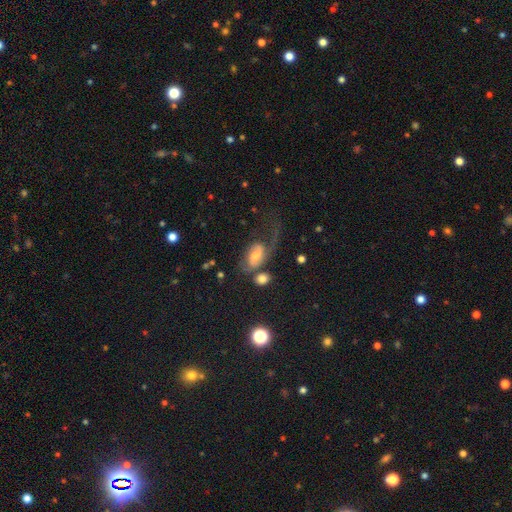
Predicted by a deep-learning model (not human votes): Smooth or featured?
  - featured or disk: 54% *
  - smooth: 35%
  - star or artifact: 11%
Edge-on disk?
  - no: 94% *
  - yes: 6%
Bar?
  - no: 57% *
  - weak: 33%
  - strong: 9%
Spiral arms?
  - yes: 76% *
  - no: 24%
Bulge size?
  - moderate: 59% *
  - small: 25%
  - large: 11%
  - none: 3%
  - dominant: 2%
Merging?
  - major disturbance: 41% *
  - none: 28%
  - minor disturbance: 17%
  - merger: 14%